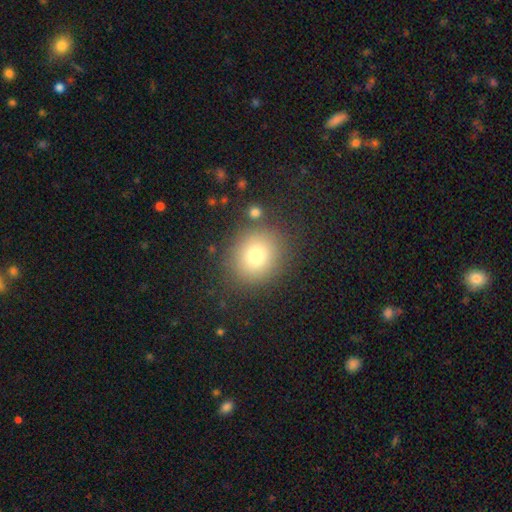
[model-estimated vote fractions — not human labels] smooth-or-featured: smooth: 77% | star or artifact: 13% | featured or disk: 10%
  how-rounded: round: 76% | in between: 23% | cigar-shaped: 1%
  merging: none: 85% | minor disturbance: 9% | major disturbance: 3% | merger: 3%